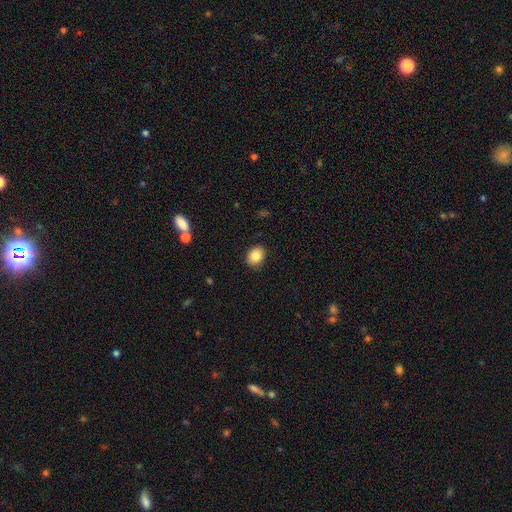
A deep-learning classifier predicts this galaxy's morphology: A smooth galaxy with no disk features (84%) that is in between round and cigar-shaped (53%). Merging: none (88%).